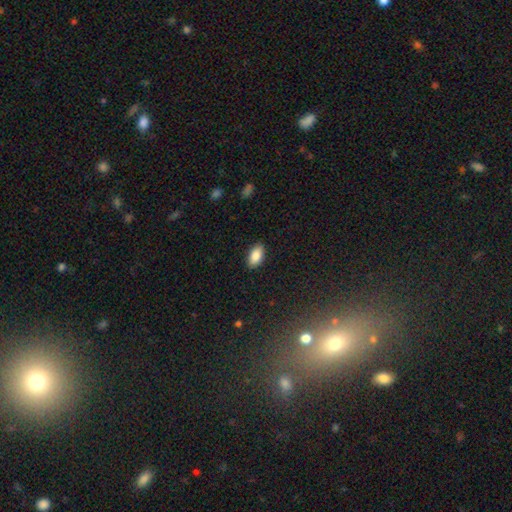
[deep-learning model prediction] Smooth or featured?
  - smooth: 88% *
  - star or artifact: 7%
  - featured or disk: 5%
How rounded?
  - in between: 93% *
  - round: 3%
  - cigar-shaped: 3%
Merging?
  - none: 87% *
  - minor disturbance: 9%
  - major disturbance: 2%
  - merger: 1%